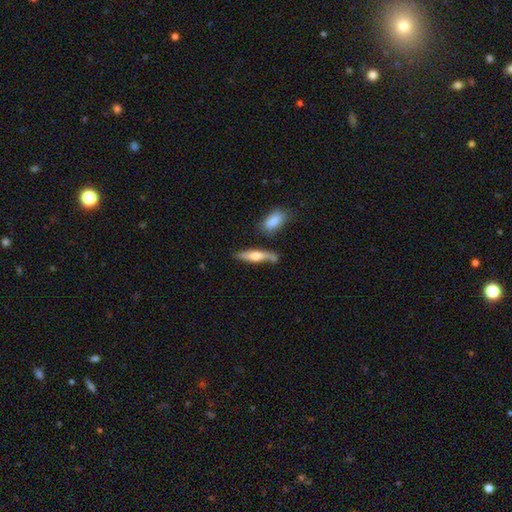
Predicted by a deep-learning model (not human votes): Smooth or featured: smooth — 53% (featured or disk — 41%)
How rounded: cigar-shaped — 71% (in between — 27%)
Merging: none — 63% (minor disturbance — 19%)